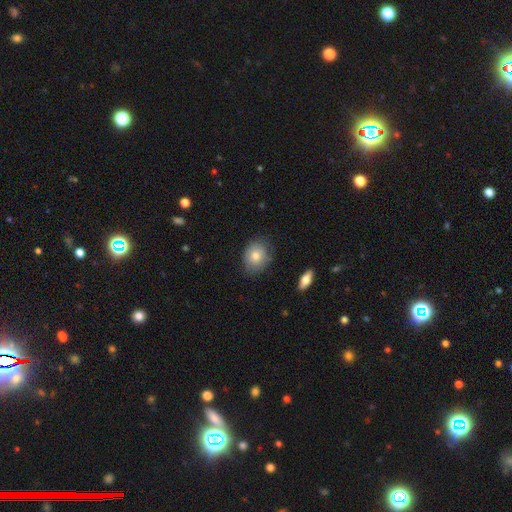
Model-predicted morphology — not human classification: Smooth or featured?
  - smooth: 78% *
  - featured or disk: 14%
  - star or artifact: 8%
How rounded?
  - round: 53% *
  - in between: 46%
  - cigar-shaped: 1%
Merging?
  - none: 75% *
  - minor disturbance: 20%
  - major disturbance: 4%
  - merger: 1%